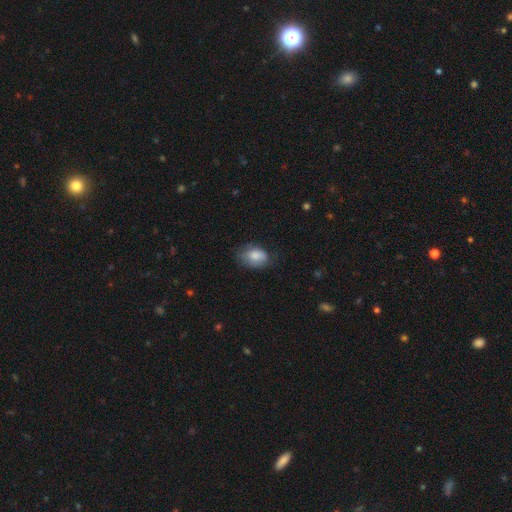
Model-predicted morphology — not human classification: Overall: smooth (81%). How rounded: in between (82%). Merging: none (58%; minor disturbance 30%).